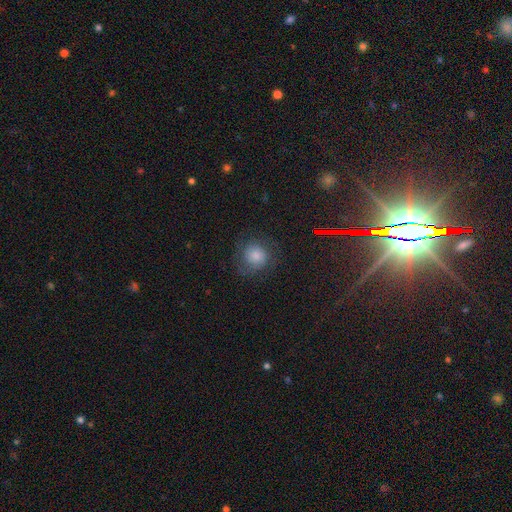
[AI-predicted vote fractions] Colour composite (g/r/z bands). It shows a smooth galaxy with no disk features (59%) that is round (88%). Merging: none (71%).